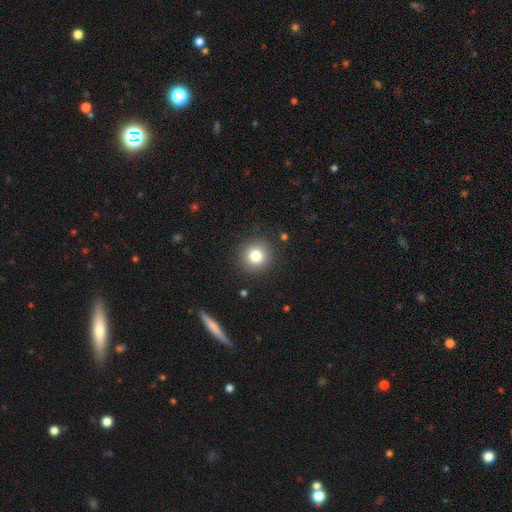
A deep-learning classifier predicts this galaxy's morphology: type=smooth (79%); roundness=round (93%); merging=none (90%).